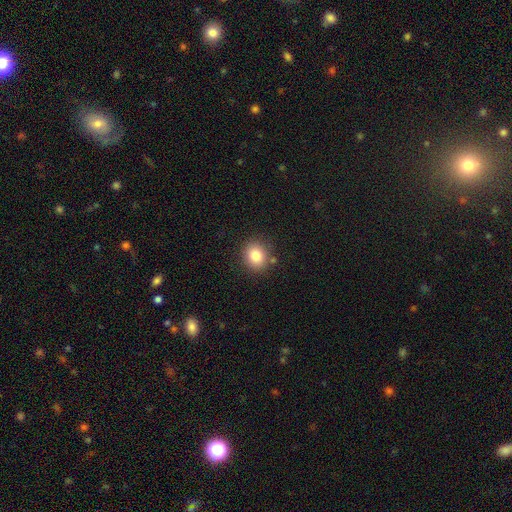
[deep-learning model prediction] Overall: smooth (82%). How rounded: round (76%). Merging: none (84%).